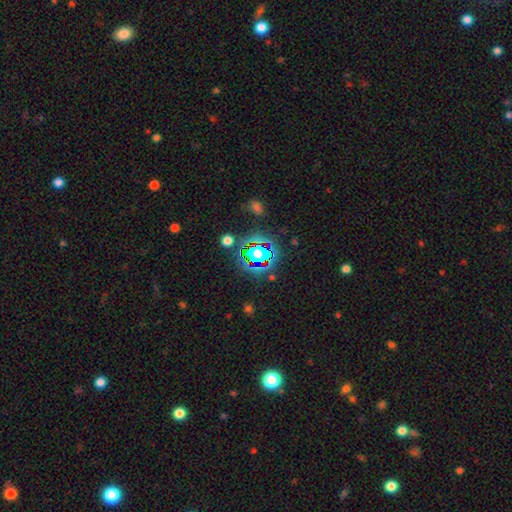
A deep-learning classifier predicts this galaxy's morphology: star or artifact 72%, smooth 17%, featured or disk 10%.